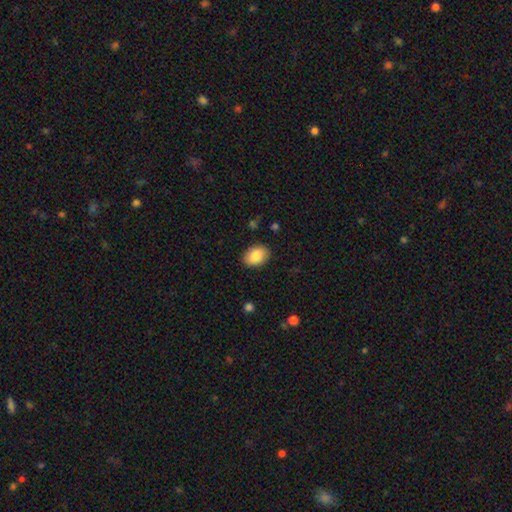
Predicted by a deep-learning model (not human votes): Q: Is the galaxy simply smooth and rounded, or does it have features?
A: smooth — 86%.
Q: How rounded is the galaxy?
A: in between — 80%.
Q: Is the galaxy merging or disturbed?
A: none — 88%.